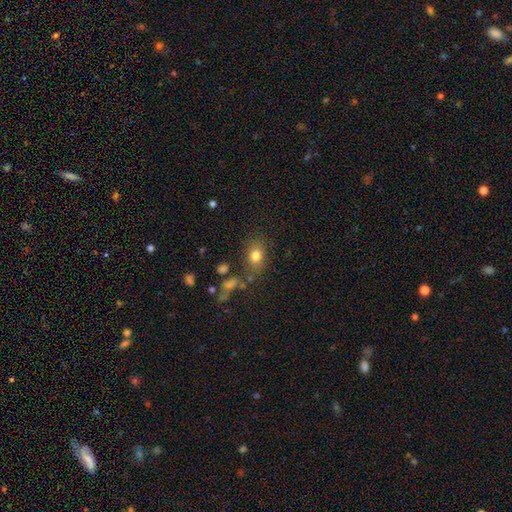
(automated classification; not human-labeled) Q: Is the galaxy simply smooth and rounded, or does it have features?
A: smooth — 78%.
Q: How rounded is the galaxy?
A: in between — 60%.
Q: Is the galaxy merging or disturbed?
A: none — 73%.